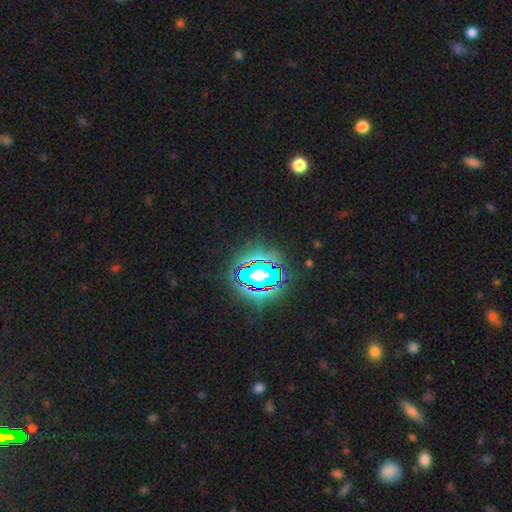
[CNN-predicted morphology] type=star or artifact (83%).